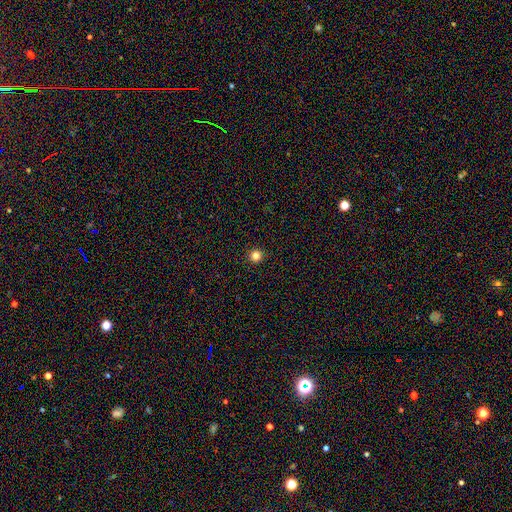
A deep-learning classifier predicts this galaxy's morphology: A smooth galaxy with no disk features (82%) that is round (96%). Merging: none (94%).